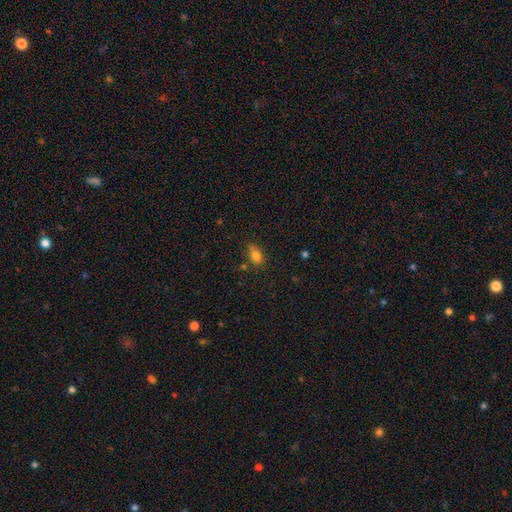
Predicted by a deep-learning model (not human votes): This appears to be a smooth galaxy with no disk features (80%) that is in between round and cigar-shaped (80%). Merging: none (65%).